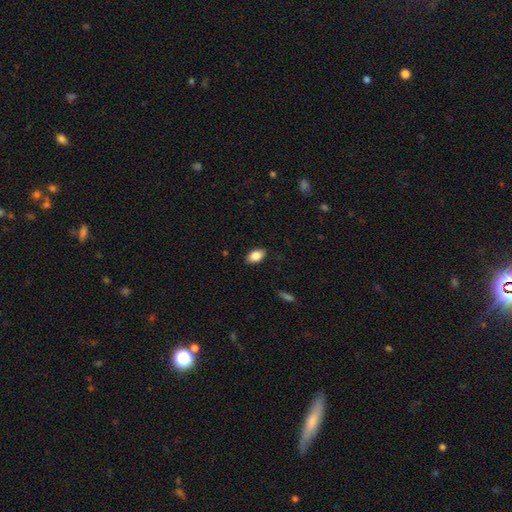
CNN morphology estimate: Smooth or featured: smooth — 84% (featured or disk — 9%)
How rounded: in between — 90% (round — 8%)
Merging: none — 87% (minor disturbance — 10%)